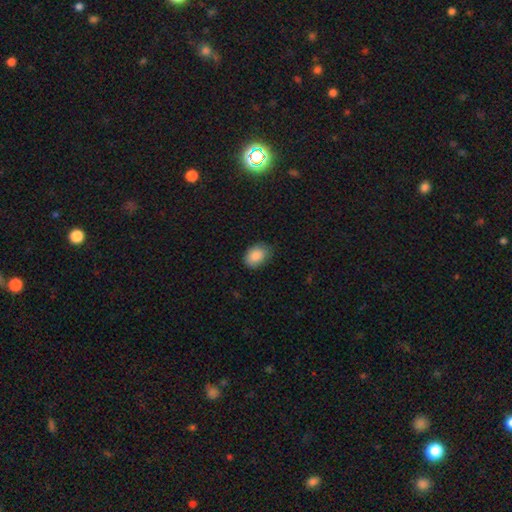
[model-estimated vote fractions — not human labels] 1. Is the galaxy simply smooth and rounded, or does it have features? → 88% smooth, 7% star or artifact, 5% featured or disk.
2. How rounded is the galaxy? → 79% in between, 20% round, 1% cigar-shaped.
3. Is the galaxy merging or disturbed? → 76% none, 20% minor disturbance, 3% major disturbance, 1% merger.